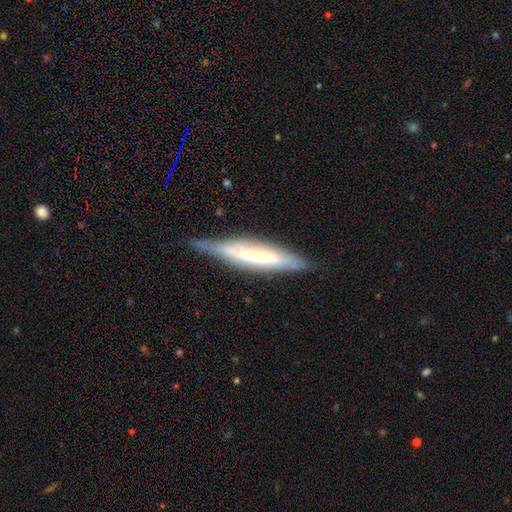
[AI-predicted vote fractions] Smooth or featured: featured or disk — 59% (smooth — 34%)
Edge-on disk: yes — 86% (no — 14%)
Edge-on bulge: none — 44% (boxy — 33%)
Merging: none — 75% (minor disturbance — 19%)